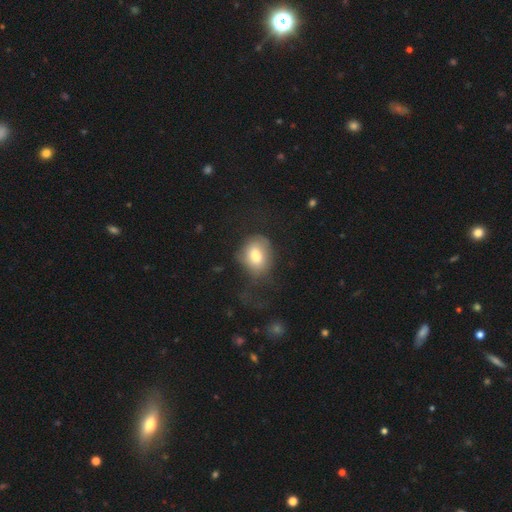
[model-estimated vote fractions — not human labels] A smooth galaxy with no disk features (74%) that is in between round and cigar-shaped (50%).

Vote fractions:
- Smooth or featured? smooth: 74% / featured or disk: 17% / star or artifact: 9%
- How rounded? in between: 50% / round: 49% / cigar-shaped: 1%
- Merging? none: 45% / major disturbance: 28% / minor disturbance: 26% / merger: 2%